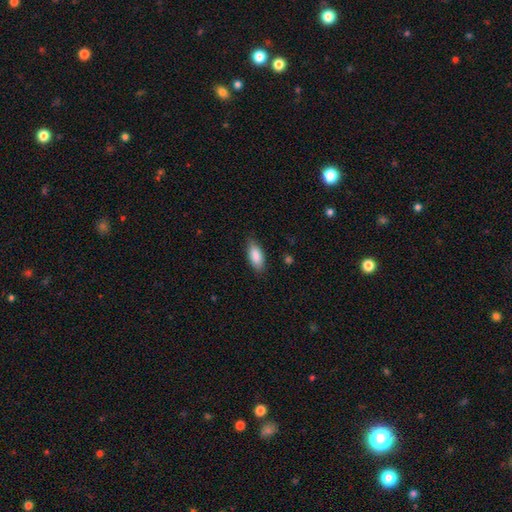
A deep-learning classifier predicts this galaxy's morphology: Smooth or featured? Predicted: smooth (p=0.87). How rounded? Predicted: in between (p=0.82). Merging? Predicted: none (p=0.82).